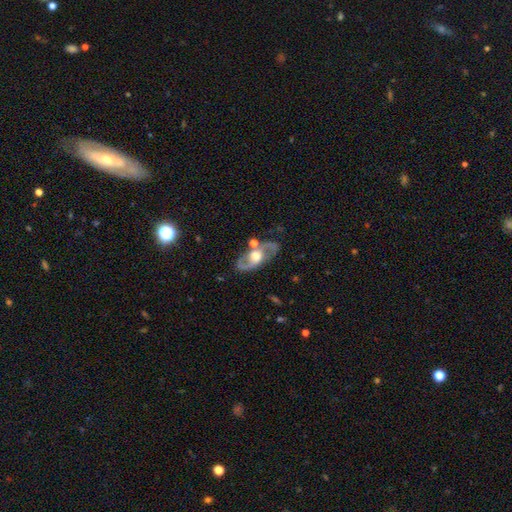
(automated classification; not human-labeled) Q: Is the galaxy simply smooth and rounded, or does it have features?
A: featured or disk — 82%.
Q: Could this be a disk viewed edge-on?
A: no — 91%.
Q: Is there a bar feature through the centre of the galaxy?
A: no — 65%.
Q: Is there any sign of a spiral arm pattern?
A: yes — 82%.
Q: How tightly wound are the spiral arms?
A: medium — 51%.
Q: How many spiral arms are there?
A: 2 — 89%.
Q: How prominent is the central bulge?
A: moderate — 62%.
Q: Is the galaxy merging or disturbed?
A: none — 77%.